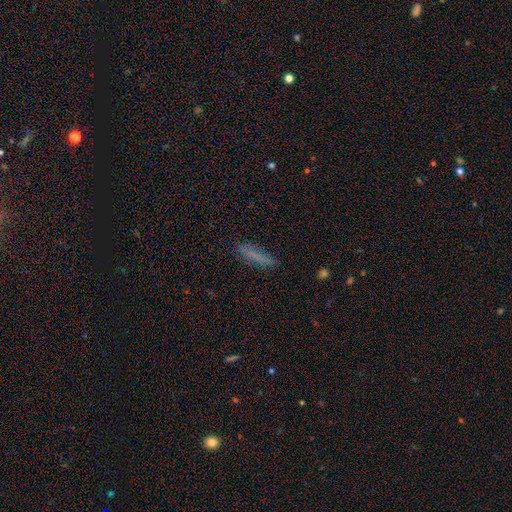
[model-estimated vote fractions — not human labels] Smooth or featured?
  - smooth: 75% *
  - featured or disk: 16%
  - star or artifact: 9%
How rounded?
  - cigar-shaped: 85% *
  - in between: 13%
  - round: 2%
Merging?
  - none: 82% *
  - minor disturbance: 13%
  - major disturbance: 3%
  - merger: 2%